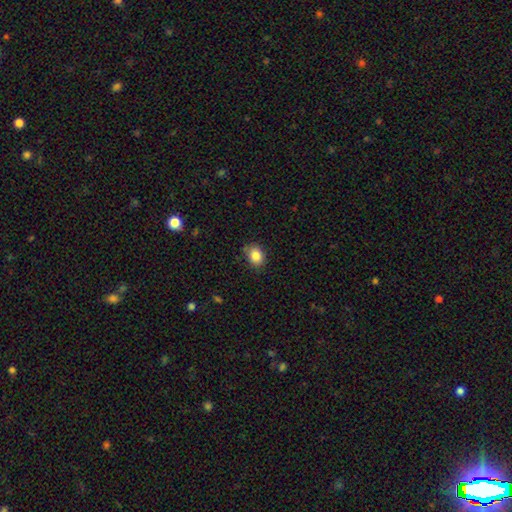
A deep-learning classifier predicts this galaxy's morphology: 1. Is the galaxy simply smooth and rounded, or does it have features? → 85% smooth, 9% star or artifact, 6% featured or disk.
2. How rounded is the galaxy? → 60% in between, 39% round, 1% cigar-shaped.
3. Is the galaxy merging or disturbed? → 80% none, 16% minor disturbance, 3% major disturbance, 2% merger.